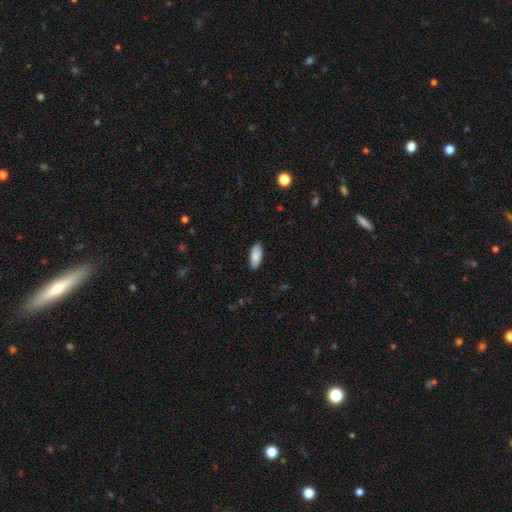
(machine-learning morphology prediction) This is clearly a smooth galaxy (86%). How rounded: clearly in between (85%). Merging: clearly none (88%).